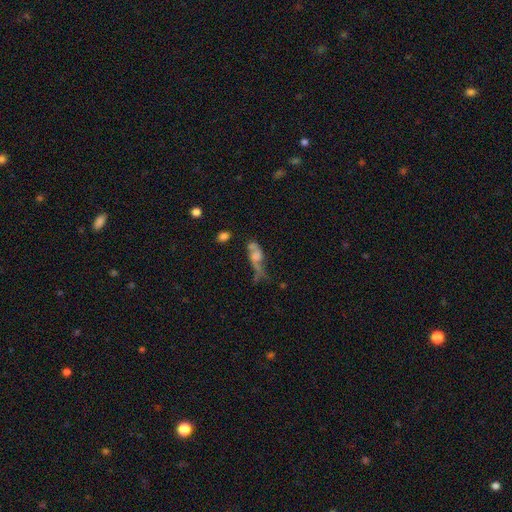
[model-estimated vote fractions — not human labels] Smooth or featured? smooth (45%)
Merging? major disturbance (34%)